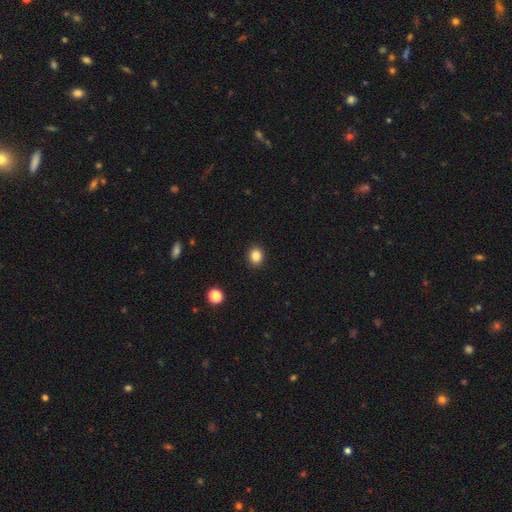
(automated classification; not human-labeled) smooth_or_featured: smooth (p=0.86) [alt: star or artifact p=0.11]
how_rounded: round (p=0.68) [alt: in between p=0.31]
merging: none (p=0.91) [alt: minor disturbance p=0.06]